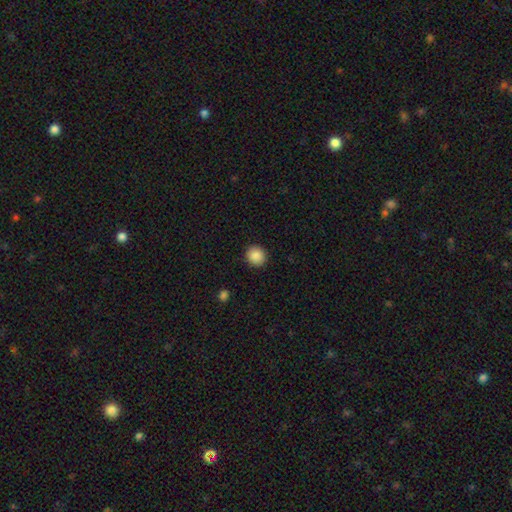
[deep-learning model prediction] A smooth galaxy with no disk features (88%) that is round (87%).

Vote fractions:
- Smooth or featured? smooth: 88% / star or artifact: 9% / featured or disk: 3%
- How rounded? round: 87% / in between: 12% / cigar-shaped: 1%
- Merging? none: 92% / minor disturbance: 6% / major disturbance: 2% / merger: 1%